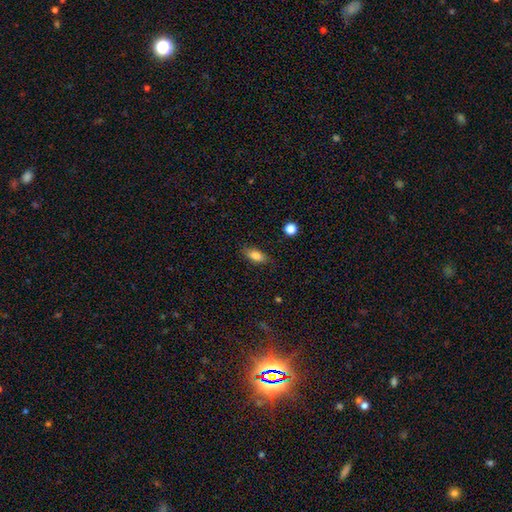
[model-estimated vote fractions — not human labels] This appears to be a smooth galaxy with no disk features (82%) that is in between round and cigar-shaped (84%). Merging: none (82%).